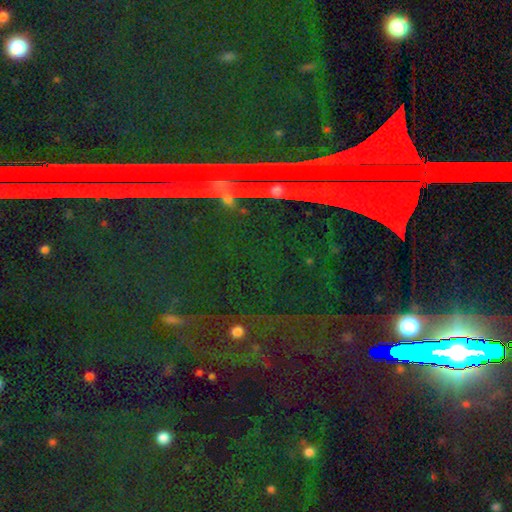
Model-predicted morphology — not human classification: The model was most divided on "smooth or featured": star or artifact: 88%, featured or disk: 7%, smooth: 6%.